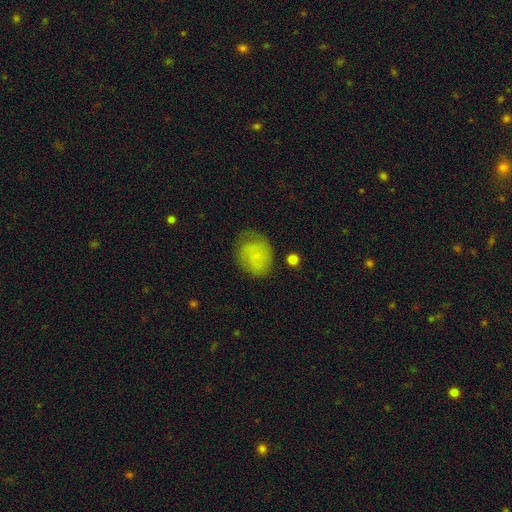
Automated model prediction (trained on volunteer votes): Smooth or featured? Predicted: smooth (p=0.65). How rounded? Predicted: round (p=0.55). Merging? Predicted: none (p=0.60).